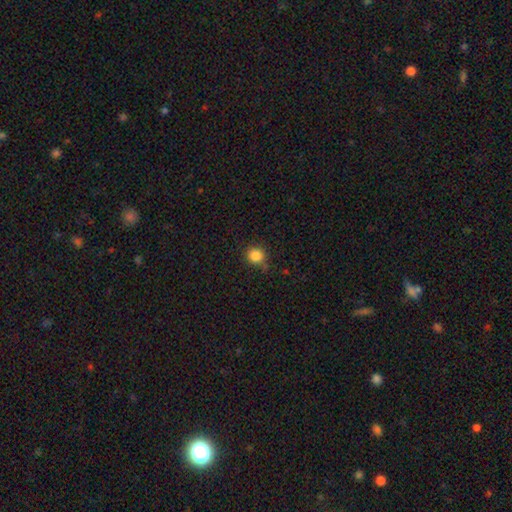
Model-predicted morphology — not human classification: type=smooth (85%); roundness=round (90%); merging=none (80%).